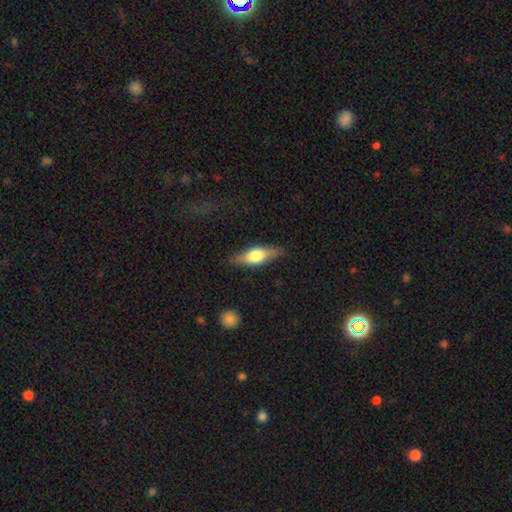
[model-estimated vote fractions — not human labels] Morphology: type=smooth (53%); roundness=in between (57%); merging=none (81%).